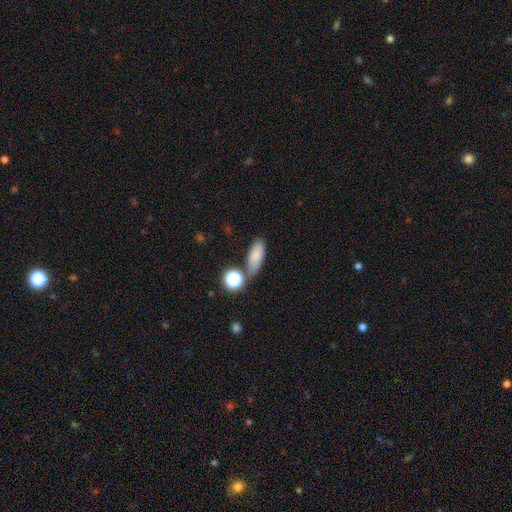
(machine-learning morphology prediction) Smooth or featured?
  - smooth: 80% *
  - star or artifact: 11%
  - featured or disk: 10%
How rounded?
  - in between: 73% *
  - cigar-shaped: 20%
  - round: 7%
Merging?
  - none: 68% *
  - minor disturbance: 16%
  - merger: 12%
  - major disturbance: 5%